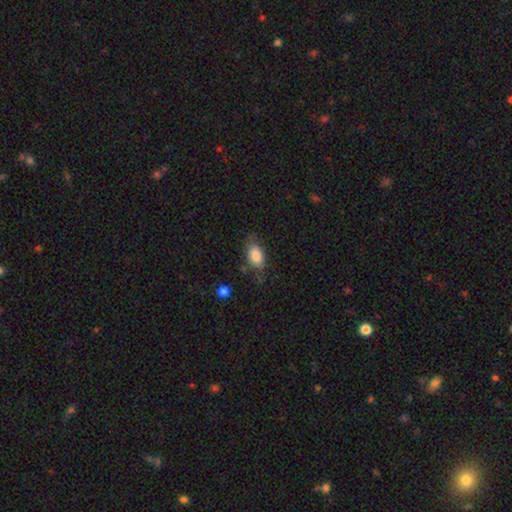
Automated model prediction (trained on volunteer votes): Smooth or featured?
  - smooth: 83% *
  - featured or disk: 10%
  - star or artifact: 8%
How rounded?
  - in between: 89% *
  - round: 9%
  - cigar-shaped: 2%
Merging?
  - none: 67% *
  - minor disturbance: 23%
  - major disturbance: 8%
  - merger: 3%